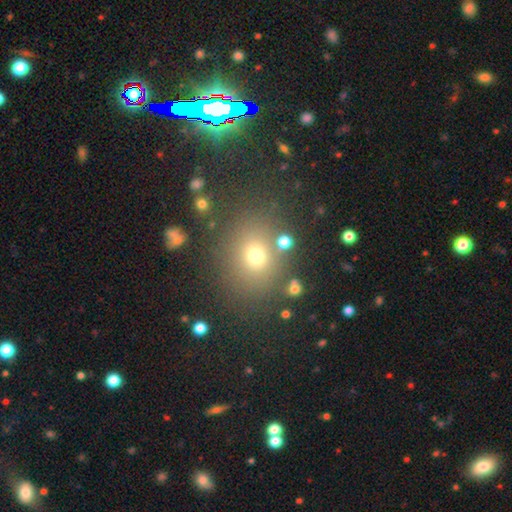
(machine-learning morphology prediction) A smooth galaxy with no disk features (68%) that is round (68%).

Vote fractions:
- Smooth or featured? smooth: 68% / star or artifact: 21% / featured or disk: 10%
- How rounded? round: 68% / in between: 31% / cigar-shaped: 1%
- Merging? none: 80% / minor disturbance: 10% / major disturbance: 5% / merger: 5%